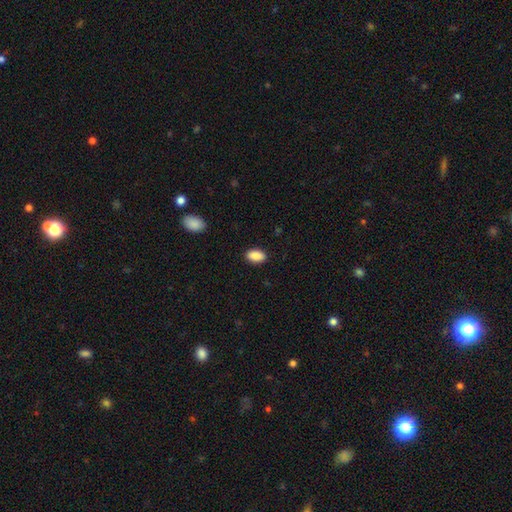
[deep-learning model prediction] The model was most divided on "merging": none: 89%, minor disturbance: 8%, major disturbance: 2%, merger: 1%. More confident: how rounded — in between (92%); smooth or featured — smooth (90%).